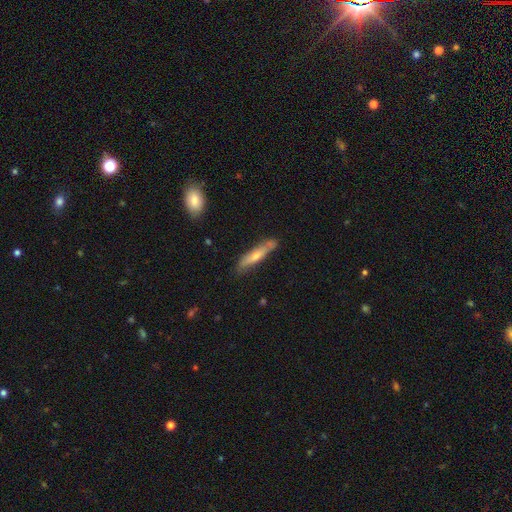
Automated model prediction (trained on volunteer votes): Smooth or featured?
  - smooth: 48% *
  - featured or disk: 46%
  - star or artifact: 6%
Merging?
  - none: 74% *
  - minor disturbance: 18%
  - merger: 4%
  - major disturbance: 3%